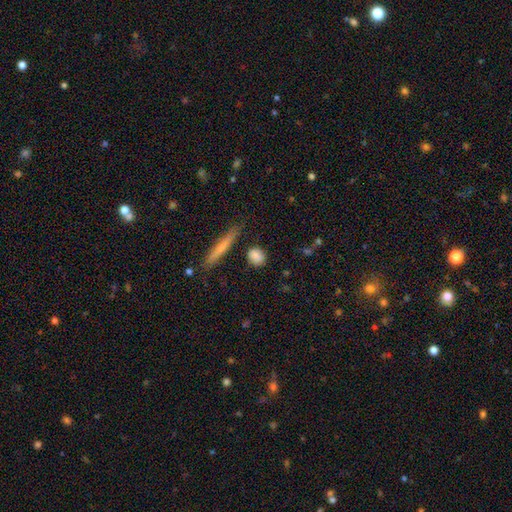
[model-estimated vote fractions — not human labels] Smooth or featured: smooth — 83% (featured or disk — 9%)
How rounded: round — 54% (in between — 36%)
Merging: none — 80% (minor disturbance — 13%)